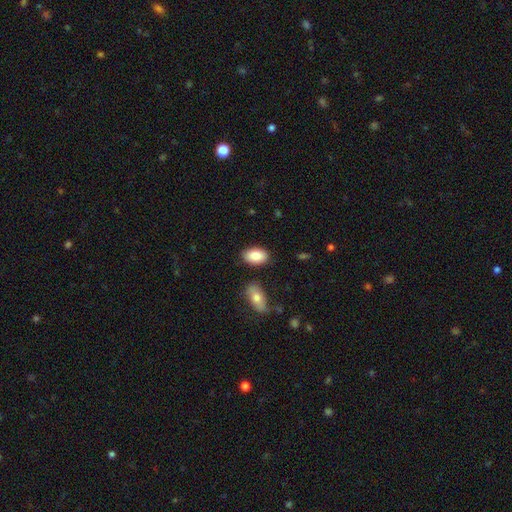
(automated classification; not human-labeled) A smooth galaxy with no disk features (86%) that is in between round and cigar-shaped (93%).

Vote fractions:
- Smooth or featured? smooth: 86% / featured or disk: 8% / star or artifact: 6%
- How rounded? in between: 93% / round: 6% / cigar-shaped: 1%
- Merging? none: 84% / minor disturbance: 10% / merger: 4% / major disturbance: 2%